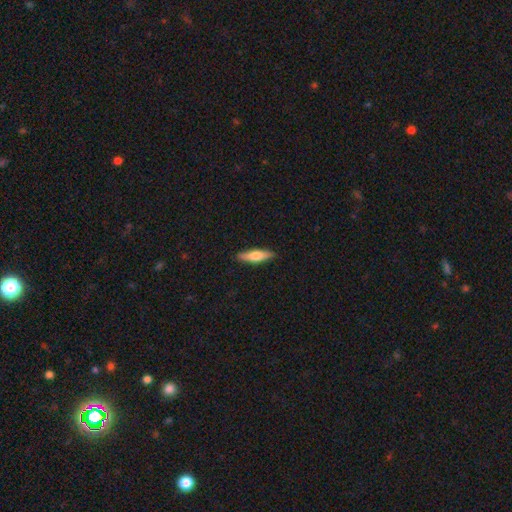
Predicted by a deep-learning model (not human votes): The model was most divided on "smooth or featured": smooth: 64%, featured or disk: 30%, star or artifact: 6%. More confident: merging — none (89%); how rounded — cigar-shaped (73%).